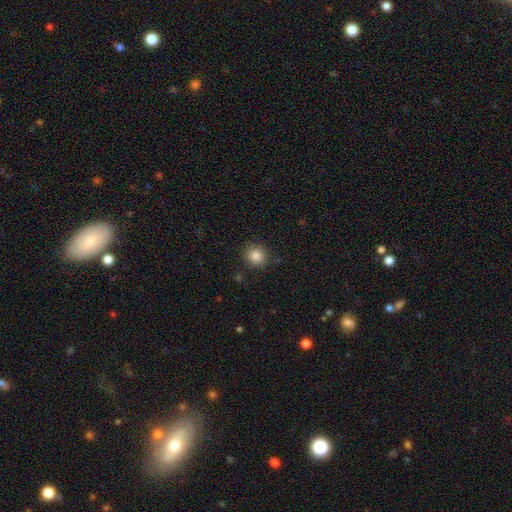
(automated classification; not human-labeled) A smooth galaxy with no disk features (84%) that is round (89%). Merging: none (87%).